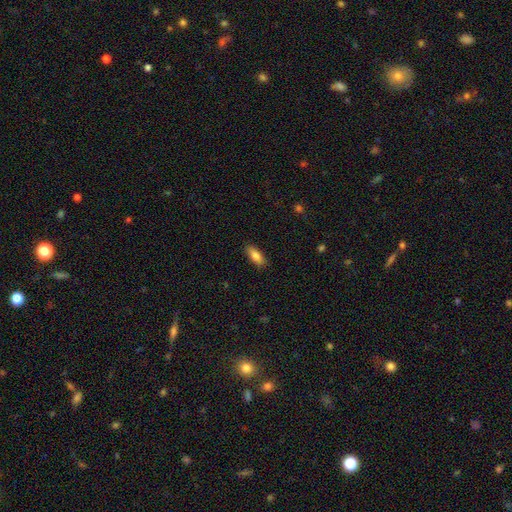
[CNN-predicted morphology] Smooth or featured: smooth — 81% (featured or disk — 12%)
How rounded: in between — 75% (cigar-shaped — 23%)
Merging: none — 88% (minor disturbance — 9%)